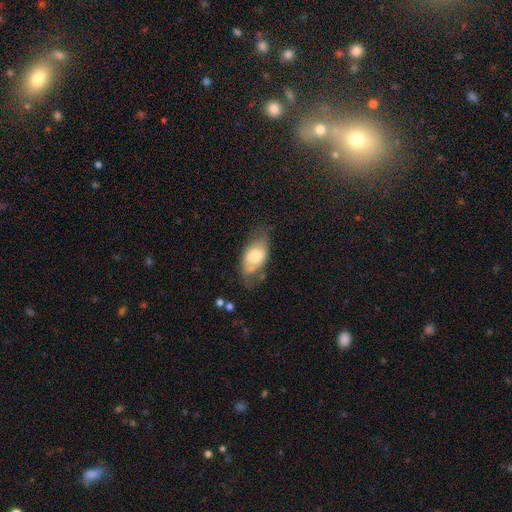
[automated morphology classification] Smooth or featured?
  - smooth: 63% *
  - featured or disk: 30%
  - star or artifact: 7%
How rounded?
  - in between: 92% *
  - round: 5%
  - cigar-shaped: 3%
Merging?
  - none: 51% *
  - minor disturbance: 31%
  - major disturbance: 13%
  - merger: 5%